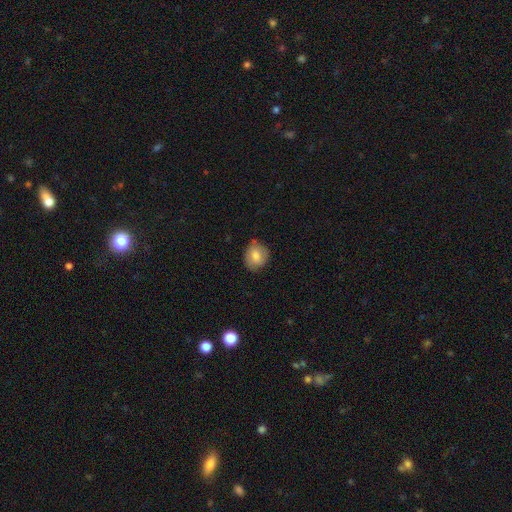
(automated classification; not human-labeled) smooth-or-featured: smooth: 73% | featured or disk: 19% | star or artifact: 8%
  how-rounded: round: 67% | in between: 32% | cigar-shaped: 1%
  merging: none: 77% | minor disturbance: 18% | major disturbance: 4% | merger: 1%